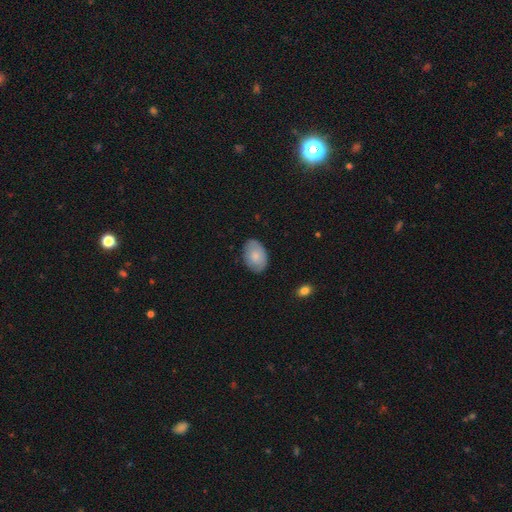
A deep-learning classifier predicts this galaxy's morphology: Smooth or featured: smooth — 77% (featured or disk — 17%)
How rounded: in between — 87% (round — 12%)
Merging: none — 80% (minor disturbance — 16%)